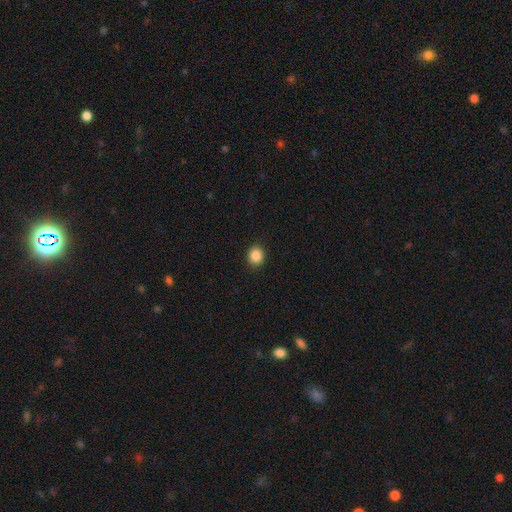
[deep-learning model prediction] Smooth or featured? smooth (87%)
How rounded? round (77%)
Merging? none (92%)